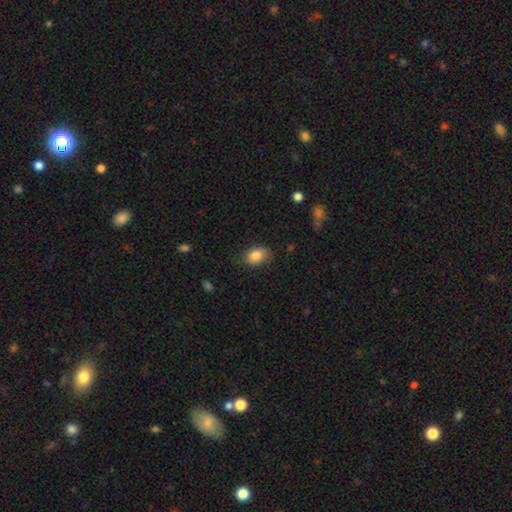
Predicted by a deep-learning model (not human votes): This appears to be a smooth galaxy with no disk features (84%) that is in between round and cigar-shaped (79%). Merging: none (78%).